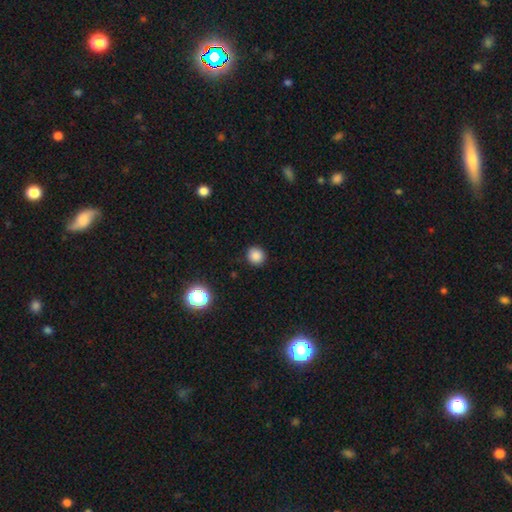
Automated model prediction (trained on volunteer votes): Smooth or featured? smooth (85%)
How rounded? round (92%)
Merging? none (91%)